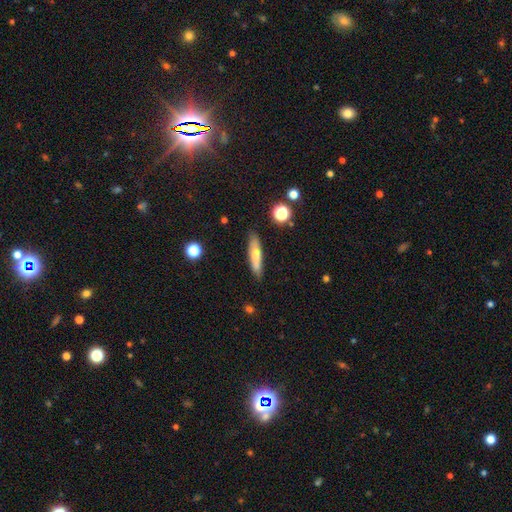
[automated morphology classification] A smooth galaxy with no disk features (66%) that is cigar-shaped (79%).

Vote fractions:
- Smooth or featured? smooth: 66% / featured or disk: 26% / star or artifact: 7%
- How rounded? cigar-shaped: 79% / in between: 19% / round: 2%
- Merging? none: 82% / minor disturbance: 12% / major disturbance: 3% / merger: 3%